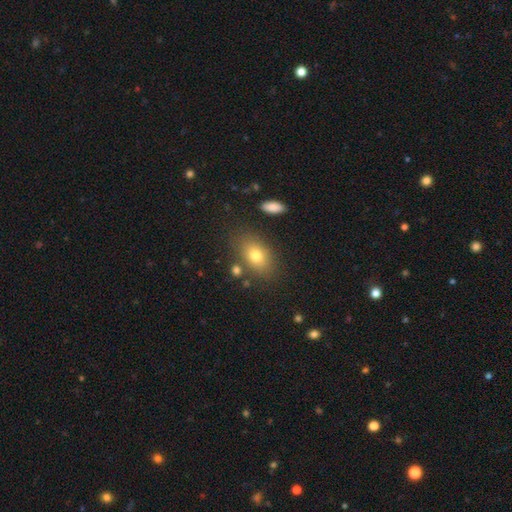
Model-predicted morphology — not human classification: smooth-or-featured: smooth: 74% | featured or disk: 15% | star or artifact: 11%
  how-rounded: in between: 81% | round: 17% | cigar-shaped: 2%
  merging: none: 79% | minor disturbance: 12% | merger: 5% | major disturbance: 4%